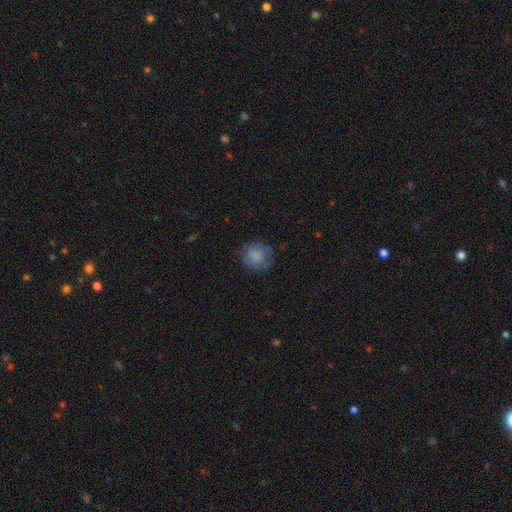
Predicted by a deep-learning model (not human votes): Morphology: type=smooth (78%); roundness=round (85%); merging=none (70%).